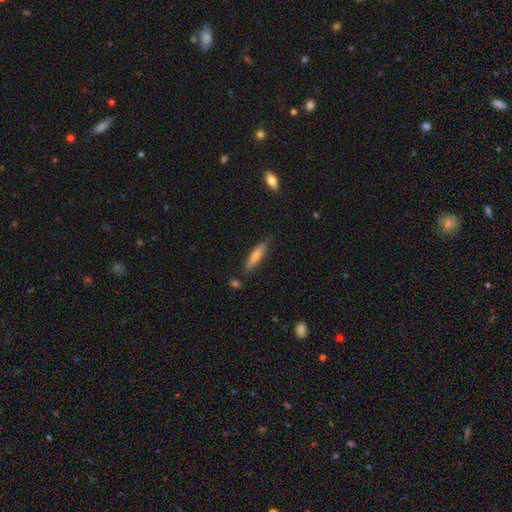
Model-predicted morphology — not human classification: Smooth or featured? Predicted: smooth (p=0.59). How rounded? Predicted: cigar-shaped (p=0.84). Merging? Predicted: none (p=0.82).